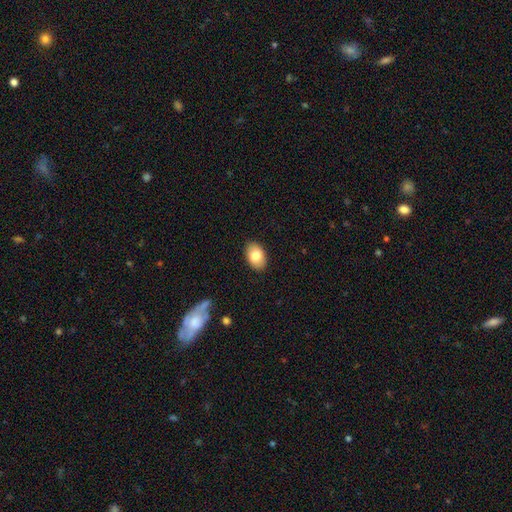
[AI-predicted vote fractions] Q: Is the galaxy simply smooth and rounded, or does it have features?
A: smooth — 81%.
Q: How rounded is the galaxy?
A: in between — 87%.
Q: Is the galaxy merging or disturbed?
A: none — 88%.